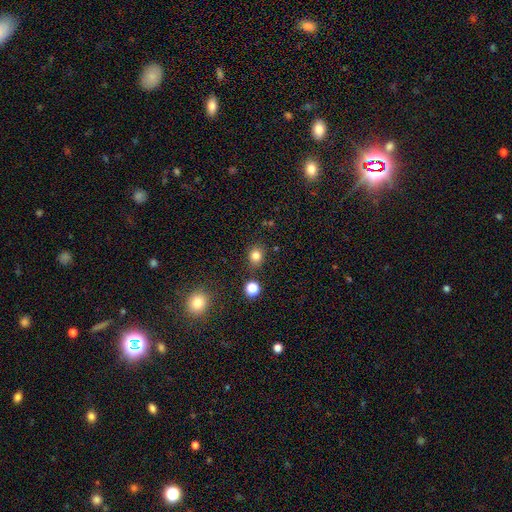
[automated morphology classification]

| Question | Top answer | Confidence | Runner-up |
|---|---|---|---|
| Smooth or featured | smooth | 80% | star or artifact (14%) |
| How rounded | round | 75% | in between (24%) |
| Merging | none | 83% | minor disturbance (10%) |